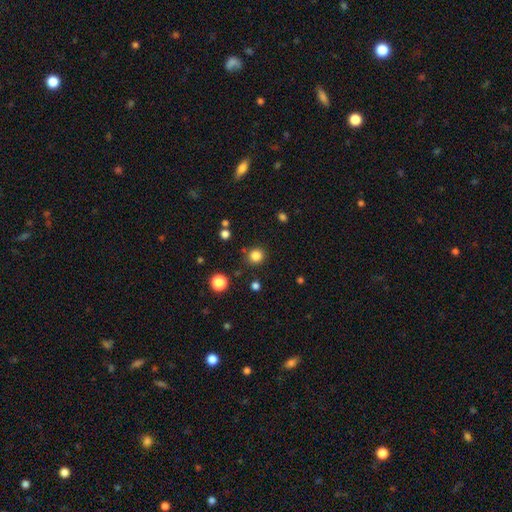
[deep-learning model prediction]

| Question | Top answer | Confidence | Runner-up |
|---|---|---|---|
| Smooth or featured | smooth | 83% | star or artifact (13%) |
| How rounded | round | 91% | in between (8%) |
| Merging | none | 87% | minor disturbance (7%) |